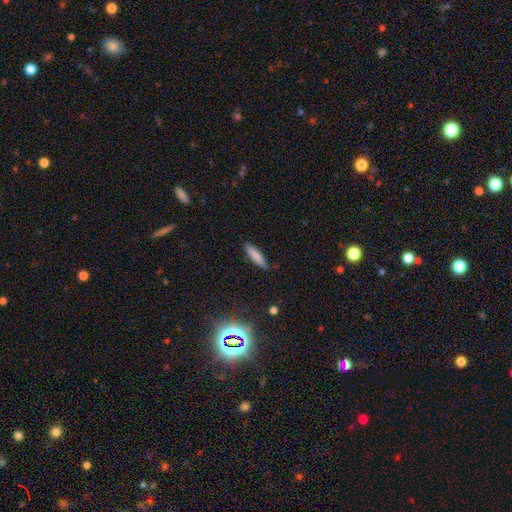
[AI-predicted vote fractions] Smooth or featured: smooth — 80% (featured or disk — 11%)
How rounded: cigar-shaped — 76% (in between — 22%)
Merging: none — 84% (minor disturbance — 12%)